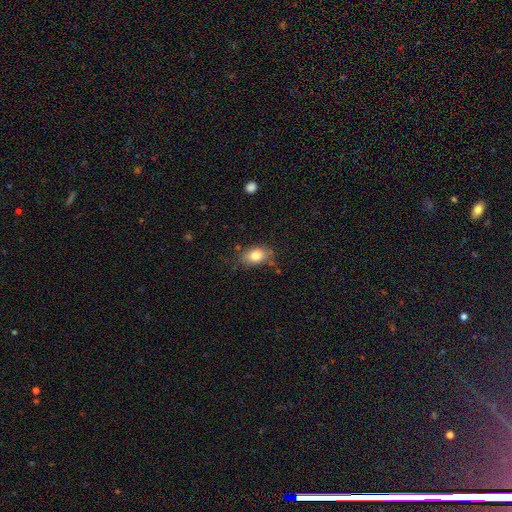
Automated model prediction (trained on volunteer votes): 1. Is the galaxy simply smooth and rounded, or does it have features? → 81% smooth, 11% featured or disk, 9% star or artifact.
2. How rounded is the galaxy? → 84% in between, 14% round, 2% cigar-shaped.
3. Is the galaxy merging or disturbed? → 74% none, 19% minor disturbance, 4% major disturbance, 3% merger.